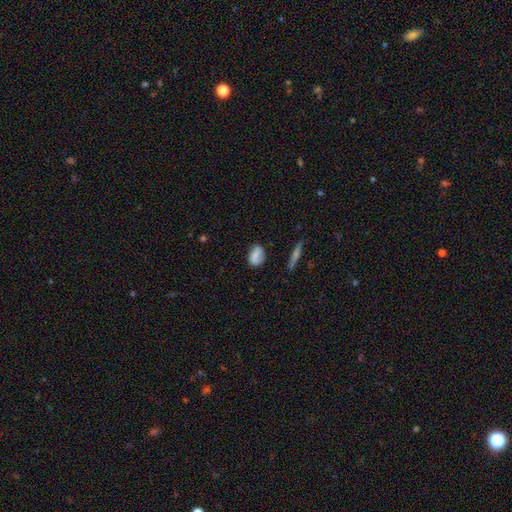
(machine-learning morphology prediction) This is likely a smooth galaxy (76%). How rounded: likely in between (74%). Merging: likely none (72%).